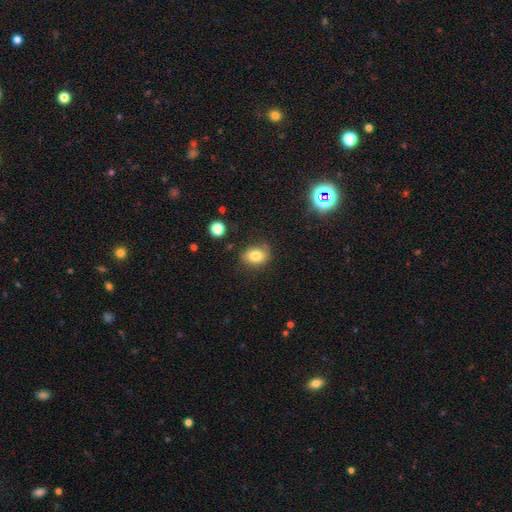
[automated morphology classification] smooth_or_featured: smooth (p=0.79) [alt: star or artifact p=0.10]
how_rounded: in between (p=0.64) [alt: round p=0.35]
merging: none (p=0.74) [alt: minor disturbance p=0.19]